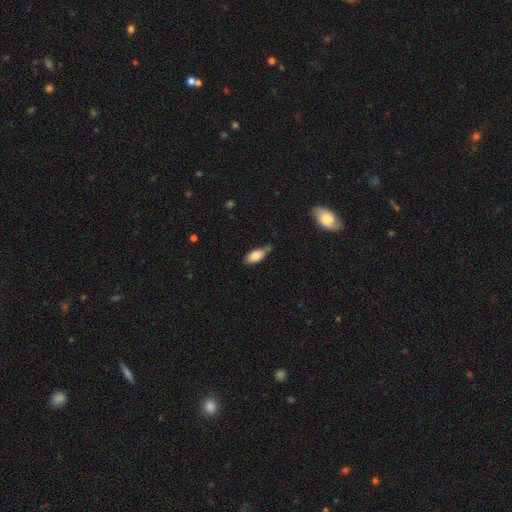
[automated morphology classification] A smooth galaxy with no disk features (83%) that is in between round and cigar-shaped (85%).

Vote fractions:
- Smooth or featured? smooth: 83% / featured or disk: 11% / star or artifact: 7%
- How rounded? in between: 85% / cigar-shaped: 12% / round: 3%
- Merging? none: 53% / minor disturbance: 35% / major disturbance: 7% / merger: 5%